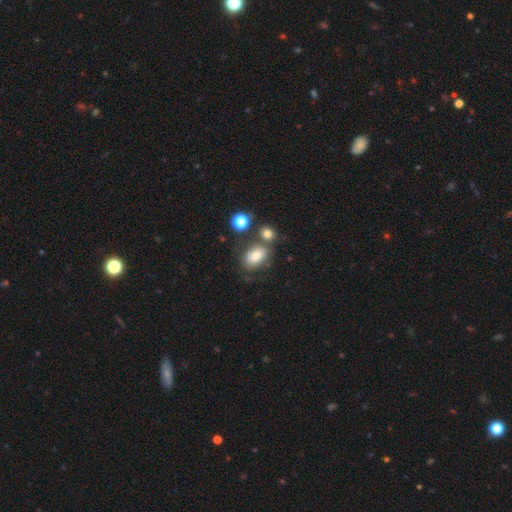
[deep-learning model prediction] This appears to be a smooth galaxy with no disk features (75%) that is in between round and cigar-shaped (81%). Merging: none (54%).